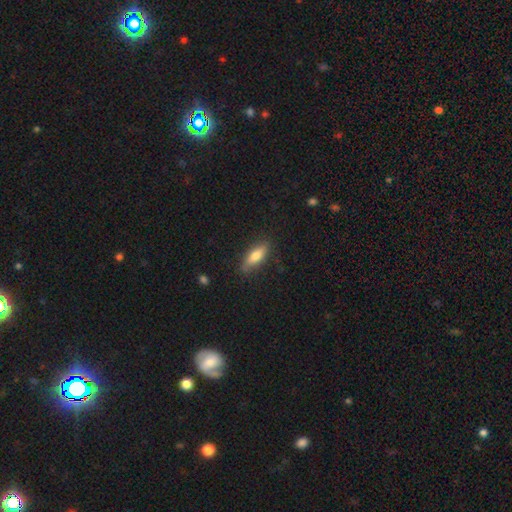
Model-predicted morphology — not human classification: Smooth or featured? smooth (73%)
How rounded? in between (56%)
Merging? none (82%)